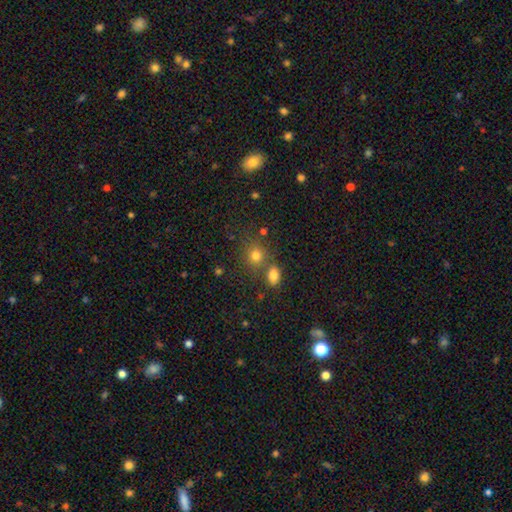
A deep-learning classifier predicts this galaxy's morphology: smooth_or_featured: smooth (p=0.77) [alt: star or artifact p=0.15]
how_rounded: round (p=0.76) [alt: in between p=0.23]
merging: none (p=0.63) [alt: merger p=0.22]